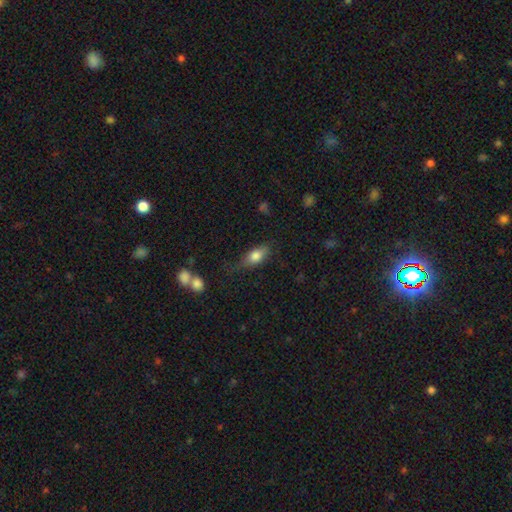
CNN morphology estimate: smooth 76%, featured or disk 16%, star or artifact 8%. Down the decision tree: how rounded — in between (80%); merging — none (62%).